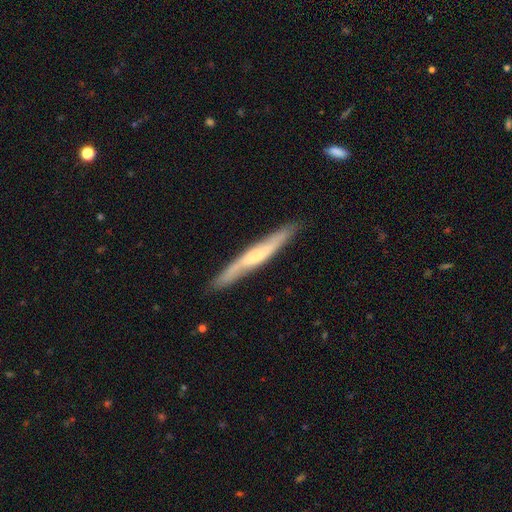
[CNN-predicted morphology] This is possibly a featured or disk galaxy (59%). It is likely viewed edge-on (79%). Merging: clearly none (85%).